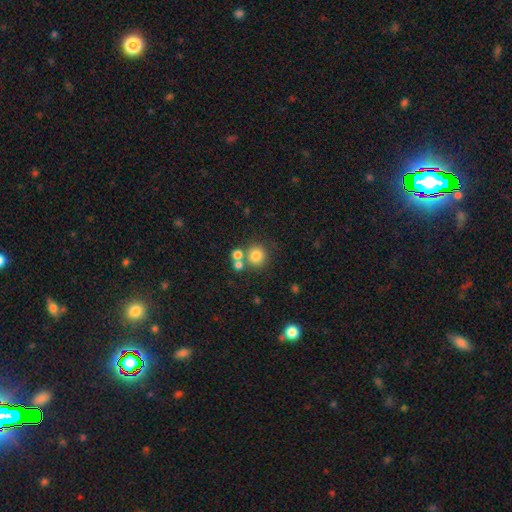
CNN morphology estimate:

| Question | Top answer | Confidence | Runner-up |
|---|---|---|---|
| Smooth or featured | smooth | 78% | star or artifact (13%) |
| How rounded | round | 89% | in between (10%) |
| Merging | none | 65% | merger (23%) |